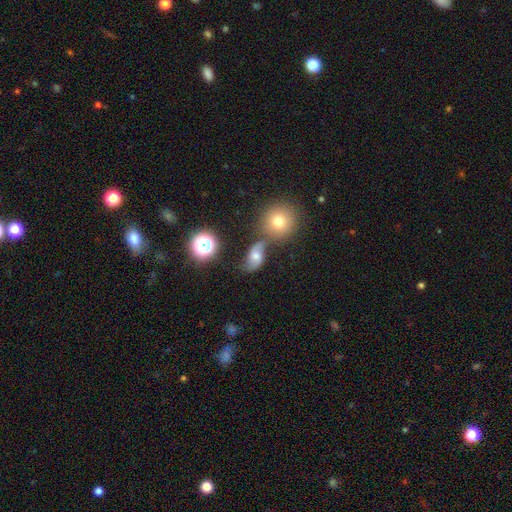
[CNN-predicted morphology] Q: Smooth or featured?
A: smooth (45%); runner-up: featured or disk (38%)
Q: Merging?
A: none (49%); runner-up: merger (21%)